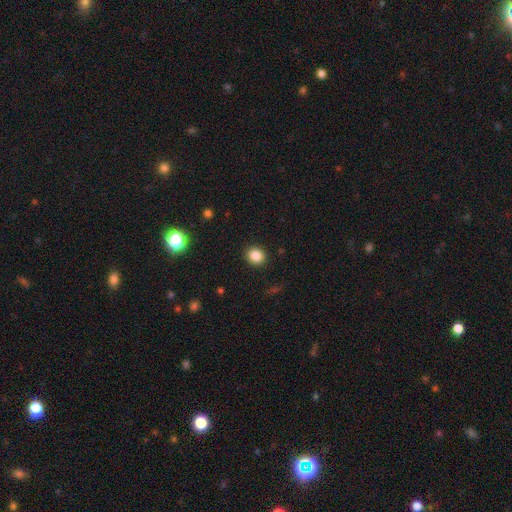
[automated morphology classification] Overall: smooth (85%). How rounded: round (79%). Merging: none (91%).